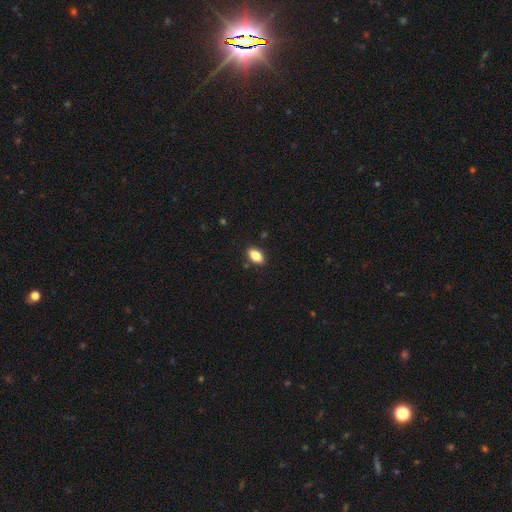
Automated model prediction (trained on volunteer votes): smooth_or_featured: smooth (p=0.85) [alt: star or artifact p=0.08]
how_rounded: in between (p=0.89) [alt: round p=0.08]
merging: none (p=0.88) [alt: minor disturbance p=0.09]